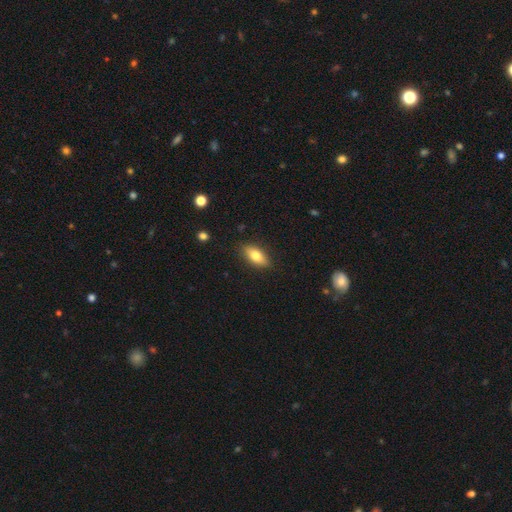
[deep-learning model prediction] Overall: smooth (76%). How rounded: in between (83%). Merging: none (87%).